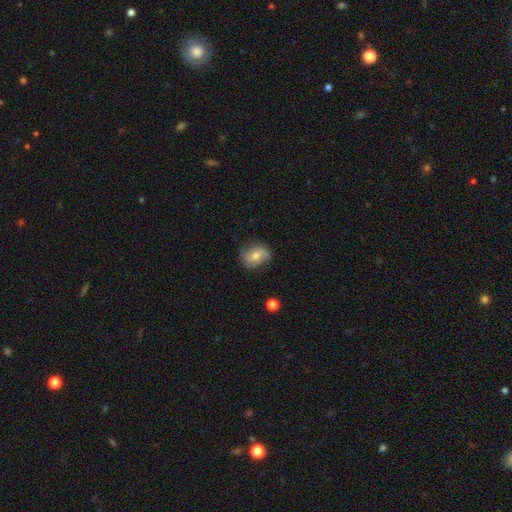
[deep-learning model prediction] Overall: smooth (46%; featured or disk 44%). Merging: none (72%).